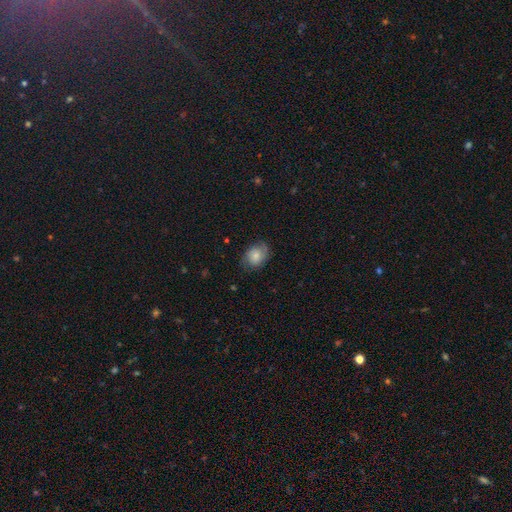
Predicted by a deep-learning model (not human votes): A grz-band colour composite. It shows a smooth galaxy with no disk features (70%) that is in between round and cigar-shaped (59%). Merging: none (70%).